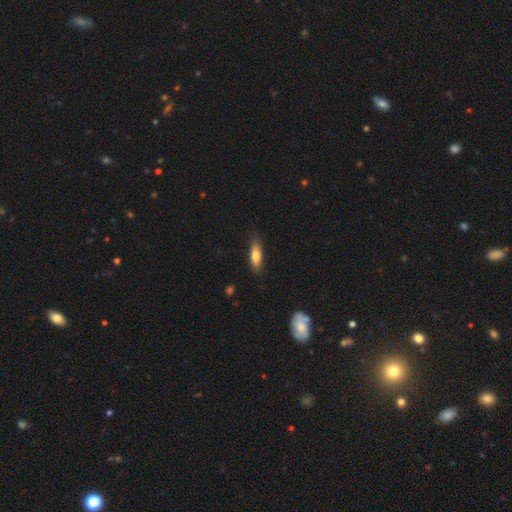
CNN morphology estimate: Overall: smooth (76%). How rounded: in between (51%; cigar-shaped 47%). Merging: none (80%).